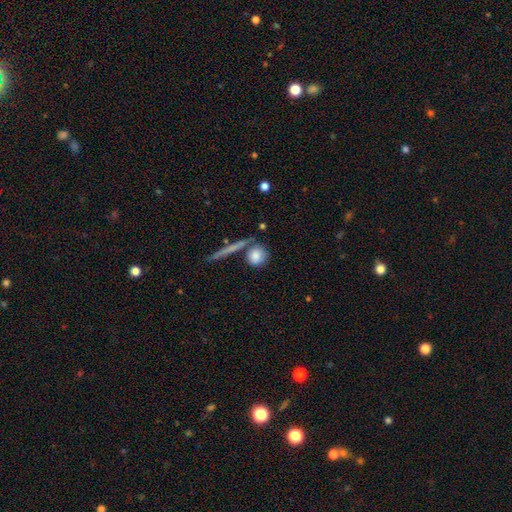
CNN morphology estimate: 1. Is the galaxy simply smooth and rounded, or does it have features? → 81% smooth, 12% featured or disk, 7% star or artifact.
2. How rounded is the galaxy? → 82% round, 11% in between, 6% cigar-shaped.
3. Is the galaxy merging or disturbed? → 68% none, 15% merger, 12% minor disturbance, 5% major disturbance.